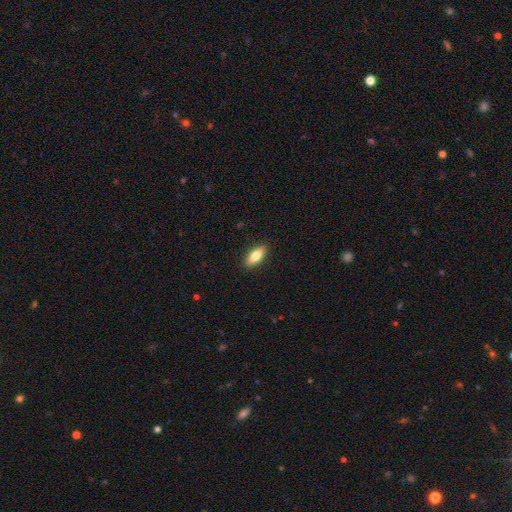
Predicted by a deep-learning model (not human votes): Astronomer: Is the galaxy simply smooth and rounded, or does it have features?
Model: smooth — 72%.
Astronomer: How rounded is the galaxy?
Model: in between — 72%.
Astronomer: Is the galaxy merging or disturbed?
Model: none — 90%.